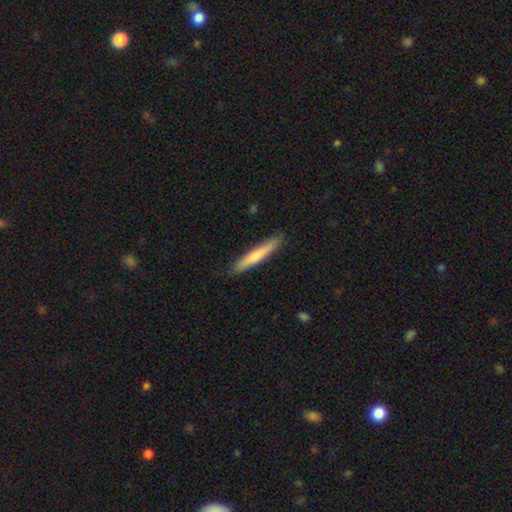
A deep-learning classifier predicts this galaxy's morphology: Q: Smooth or featured?
A: smooth (61%); runner-up: featured or disk (34%)
Q: How rounded?
A: cigar-shaped (95%); runner-up: in between (4%)
Q: Merging?
A: none (91%); runner-up: minor disturbance (7%)